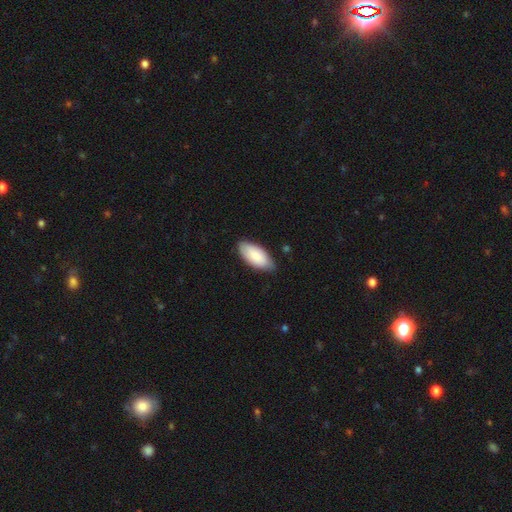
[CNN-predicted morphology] Smooth or featured? Predicted: smooth (p=0.83). How rounded? Predicted: in between (p=0.92). Merging? Predicted: none (p=0.77).